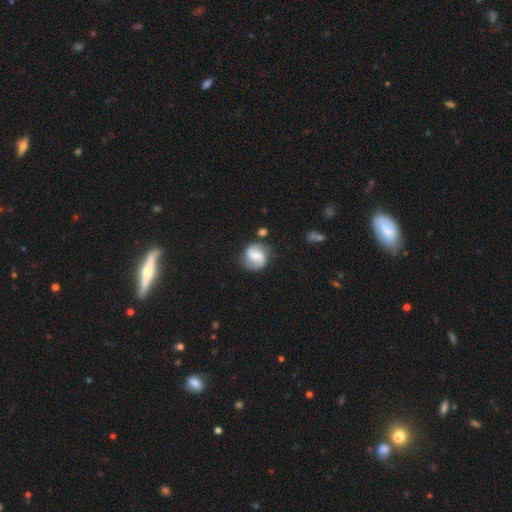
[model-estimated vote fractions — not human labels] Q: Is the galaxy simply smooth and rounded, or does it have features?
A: featured or disk — 69%.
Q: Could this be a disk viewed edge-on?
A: no — 98%.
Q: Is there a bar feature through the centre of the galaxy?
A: weak — 48%.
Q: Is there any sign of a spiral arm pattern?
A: yes — 93%.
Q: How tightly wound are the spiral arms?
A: medium — 45%.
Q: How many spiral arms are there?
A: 2 — 90%.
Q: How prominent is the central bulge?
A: moderate — 39%.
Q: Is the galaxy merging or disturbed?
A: none — 77%.